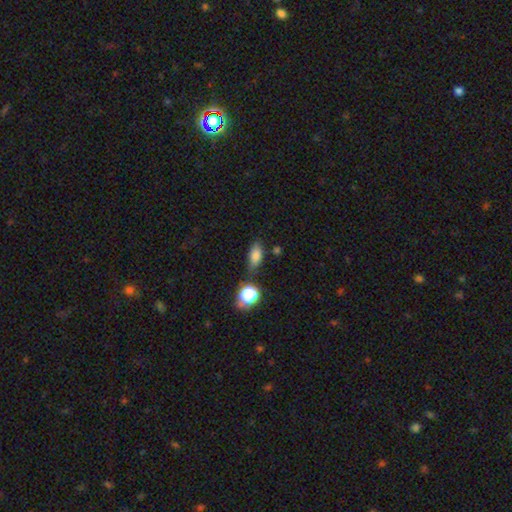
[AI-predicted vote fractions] This is likely a smooth galaxy (77%). How rounded: clearly in between (80%). Merging: likely none (69%).